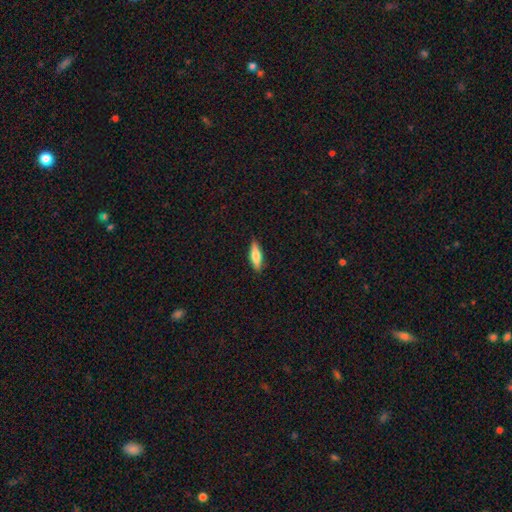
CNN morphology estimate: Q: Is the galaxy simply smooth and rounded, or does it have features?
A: smooth — 72%.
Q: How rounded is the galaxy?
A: cigar-shaped — 49%.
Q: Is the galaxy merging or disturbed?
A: none — 86%.